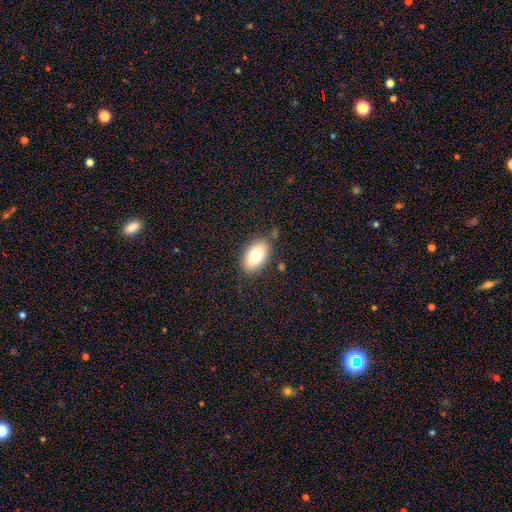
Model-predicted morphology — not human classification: Smooth or featured? Predicted: smooth (p=0.78). How rounded? Predicted: in between (p=0.91). Merging? Predicted: none (p=0.81).